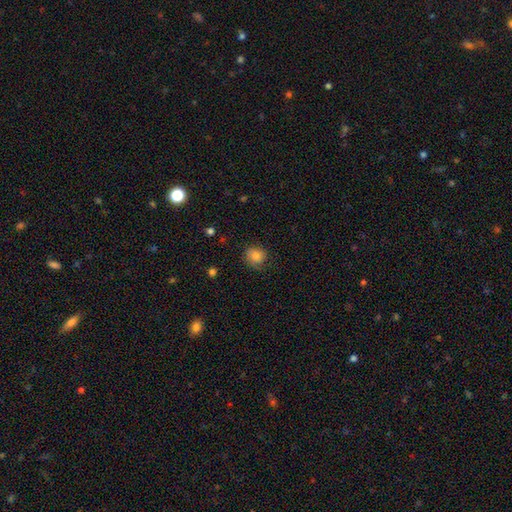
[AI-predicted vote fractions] A smooth galaxy with no disk features (81%) that is round (82%). Merging: none (74%).